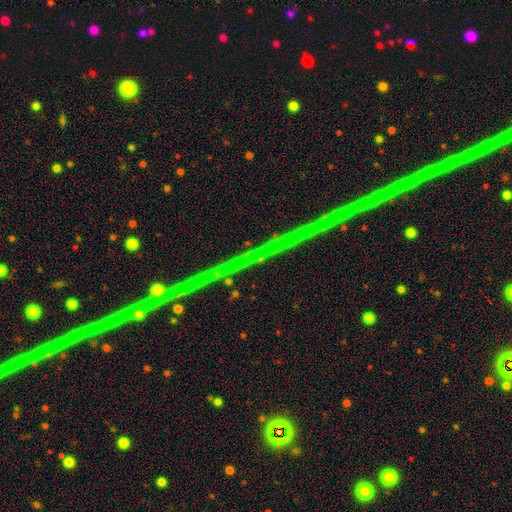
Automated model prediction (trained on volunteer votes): This is likely a star or artifact rather than a galaxy (77%).